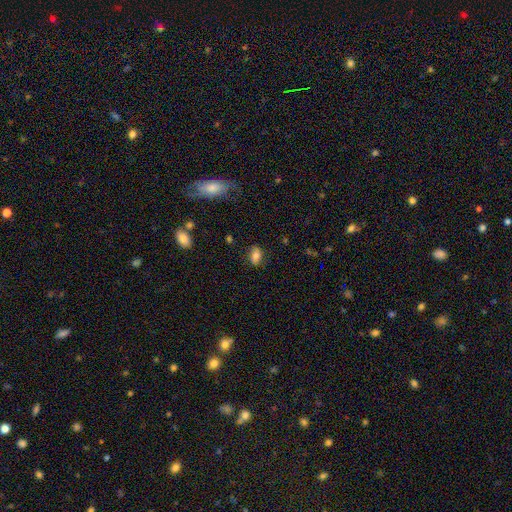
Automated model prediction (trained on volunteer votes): Morphology: type=smooth (74%); roundness=in between (83%); merging=none (81%).